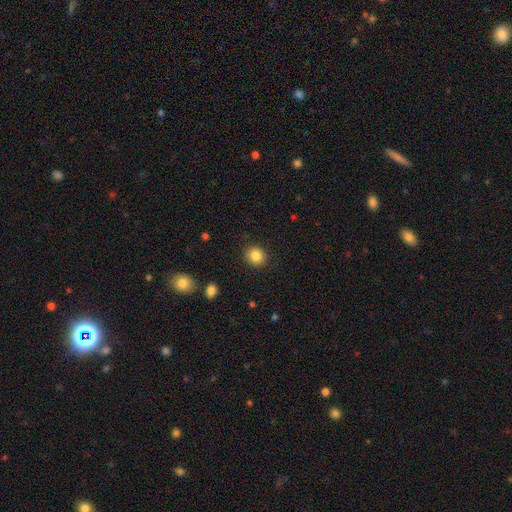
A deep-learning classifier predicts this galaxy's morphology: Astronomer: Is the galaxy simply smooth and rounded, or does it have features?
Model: smooth — 85%.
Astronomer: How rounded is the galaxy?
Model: round — 85%.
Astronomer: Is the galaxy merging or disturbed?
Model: none — 91%.